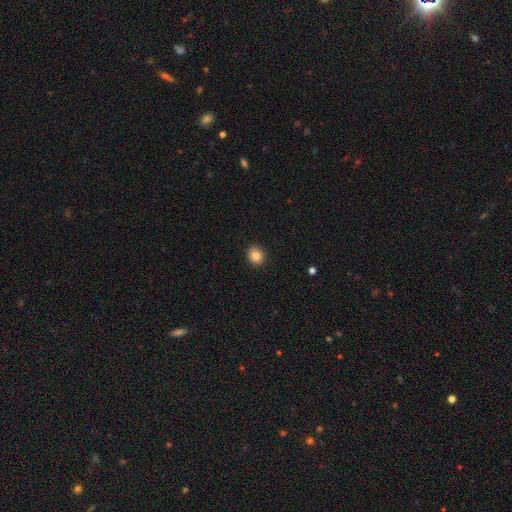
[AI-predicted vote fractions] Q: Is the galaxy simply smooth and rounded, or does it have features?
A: smooth — 85%.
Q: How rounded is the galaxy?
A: round — 70%.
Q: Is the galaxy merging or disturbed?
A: none — 91%.